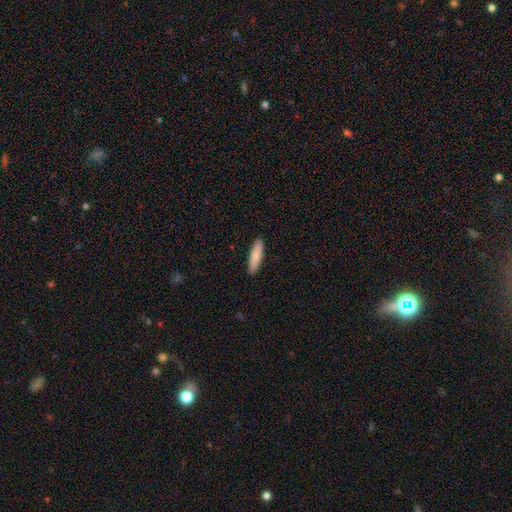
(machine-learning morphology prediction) A smooth galaxy with no disk features (86%) that is cigar-shaped (74%). Merging: none (91%).